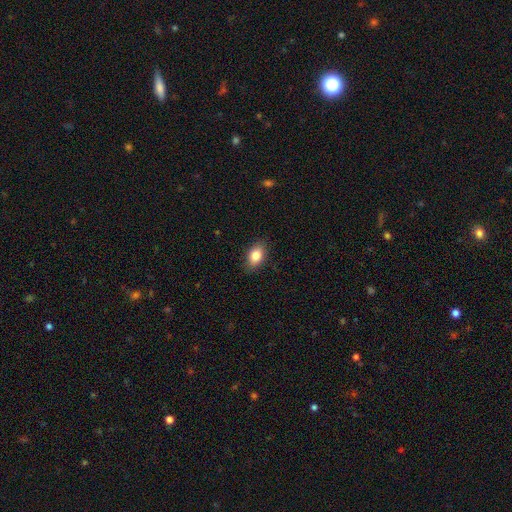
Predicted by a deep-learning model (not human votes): Smooth or featured?
  - smooth: 84% *
  - star or artifact: 8%
  - featured or disk: 8%
How rounded?
  - in between: 87% *
  - round: 11%
  - cigar-shaped: 2%
Merging?
  - none: 87% *
  - minor disturbance: 10%
  - major disturbance: 2%
  - merger: 1%